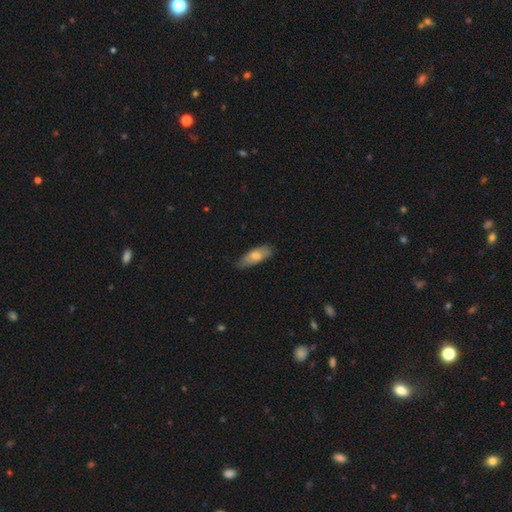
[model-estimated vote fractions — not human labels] smooth_or_featured: smooth (p=0.70) [alt: featured or disk p=0.24]
how_rounded: in between (p=0.71) [alt: cigar-shaped p=0.27]
merging: none (p=0.72) [alt: minor disturbance p=0.22]